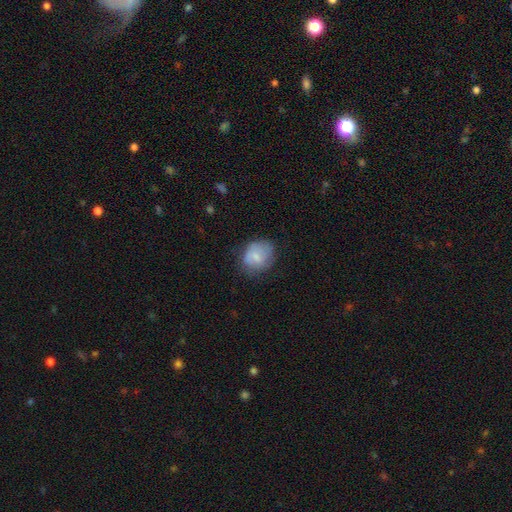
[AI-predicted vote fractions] Smooth or featured? smooth (71%)
How rounded? round (58%)
Merging? none (64%)